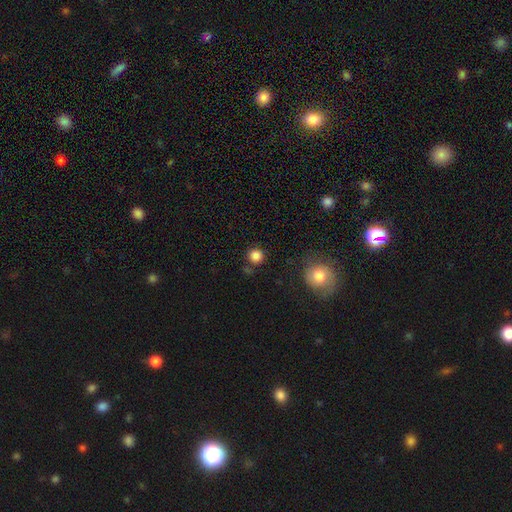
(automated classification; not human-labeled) Smooth or featured?
  - smooth: 85% *
  - star or artifact: 11%
  - featured or disk: 4%
How rounded?
  - round: 93% *
  - in between: 6%
  - cigar-shaped: 1%
Merging?
  - none: 83% *
  - minor disturbance: 8%
  - merger: 5%
  - major disturbance: 3%